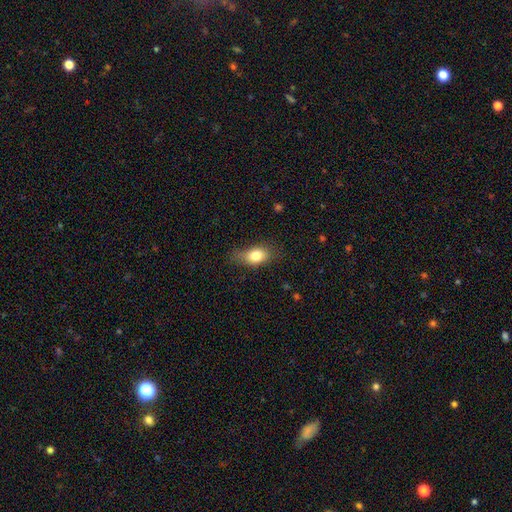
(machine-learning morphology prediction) Smooth or featured: smooth — 78% (featured or disk — 13%)
How rounded: in between — 81% (round — 14%)
Merging: none — 65% (minor disturbance — 26%)